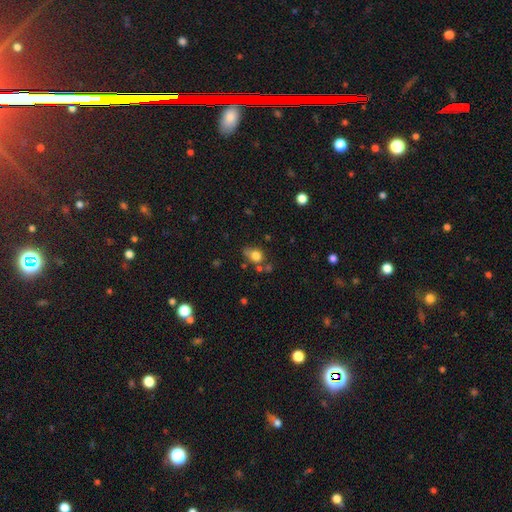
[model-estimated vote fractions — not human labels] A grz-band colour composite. It shows a smooth galaxy with no disk features (78%) that is round (50%). Merging: none (50%).